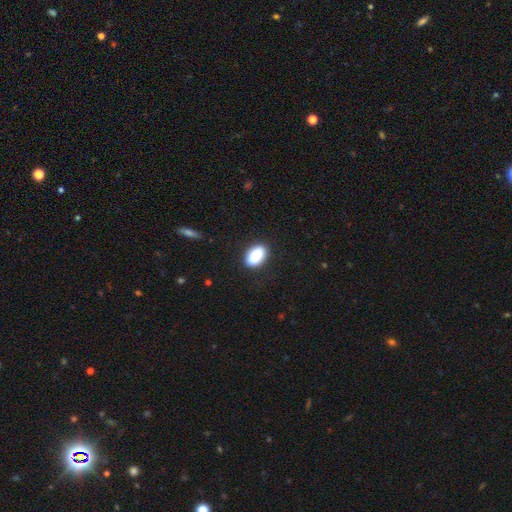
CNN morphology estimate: smooth 88%, star or artifact 7%, featured or disk 5%. Down the decision tree: how rounded — in between (91%); merging — none (87%).